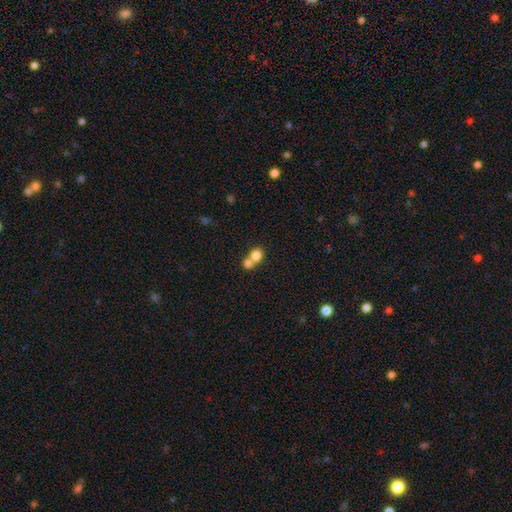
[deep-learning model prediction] Q: Smooth or featured?
A: smooth (78%); runner-up: featured or disk (12%)
Q: How rounded?
A: round (69%); runner-up: in between (29%)
Q: Merging?
A: merger (64%); runner-up: none (29%)